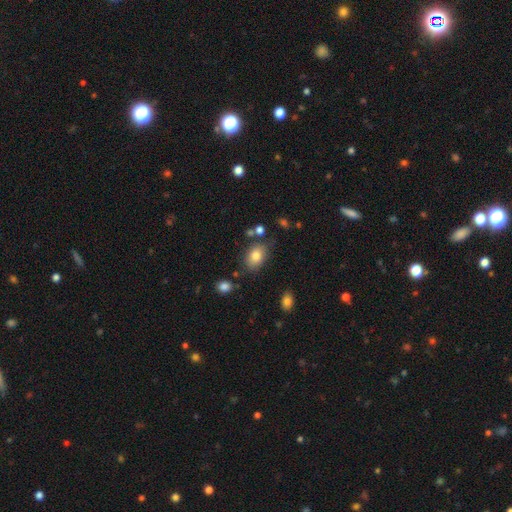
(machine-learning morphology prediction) Overall: smooth (80%). How rounded: in between (81%). Merging: none (73%).